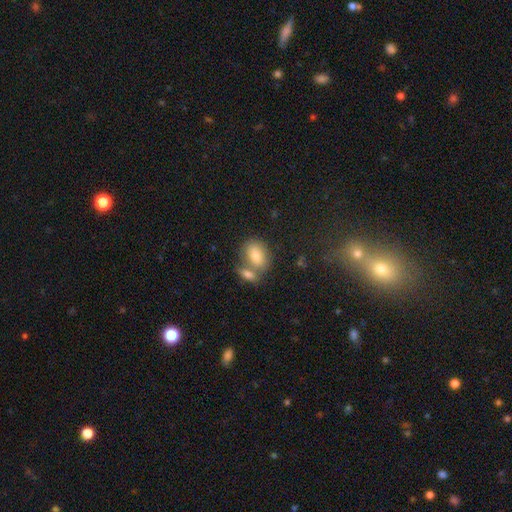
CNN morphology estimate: smooth-or-featured: smooth: 78% | featured or disk: 14% | star or artifact: 9%
  how-rounded: in between: 84% | round: 14% | cigar-shaped: 2%
  merging: none: 46% | merger: 40% | minor disturbance: 10% | major disturbance: 4%